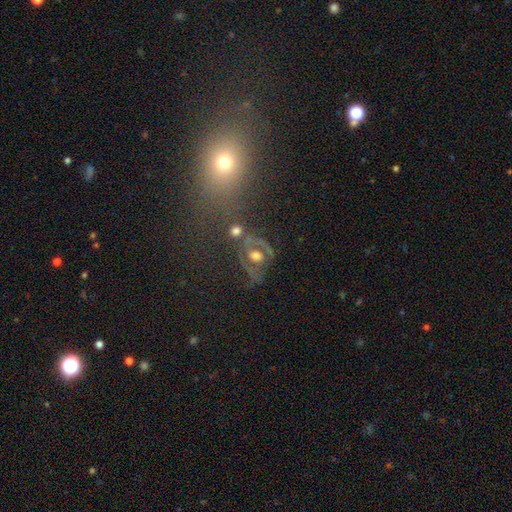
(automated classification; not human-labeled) Smooth or featured: featured or disk — 61% (smooth — 26%)
Edge-on disk: no — 95% (yes — 5%)
Bar: no — 70% (weak — 21%)
Spiral arms: yes — 56% (no — 44%)
Bulge size: moderate — 56% (large — 28%)
Merging: none — 49% (major disturbance — 19%)